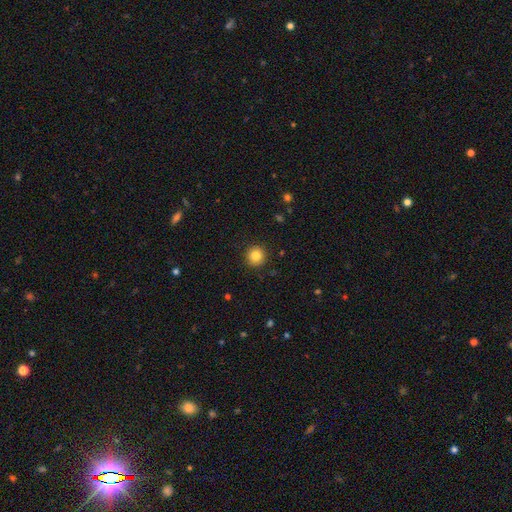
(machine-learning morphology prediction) Smooth or featured? smooth (84%)
How rounded? round (95%)
Merging? none (92%)